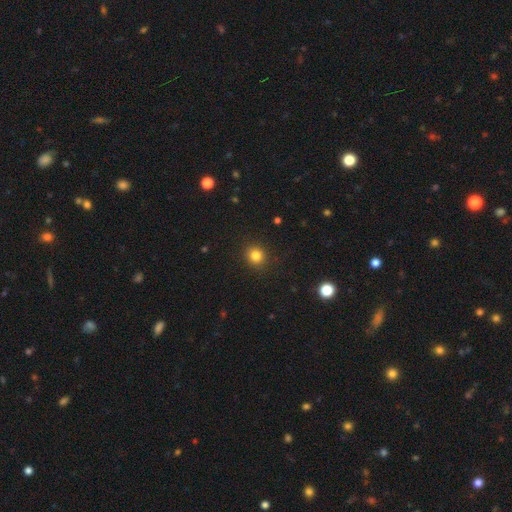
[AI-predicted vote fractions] smooth_or_featured: smooth (p=0.83) [alt: star or artifact p=0.12]
how_rounded: round (p=0.88) [alt: in between p=0.11]
merging: none (p=0.91) [alt: minor disturbance p=0.06]